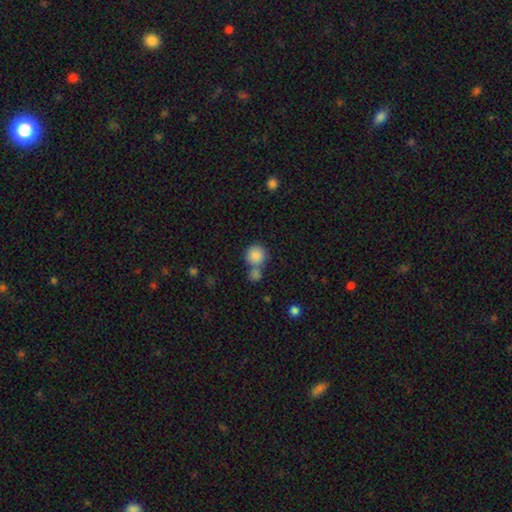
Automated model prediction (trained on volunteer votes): smooth-or-featured: smooth: 85% | star or artifact: 9% | featured or disk: 6%
  how-rounded: round: 90% | in between: 9% | cigar-shaped: 1%
  merging: none: 52% | merger: 35% | minor disturbance: 9% | major disturbance: 3%